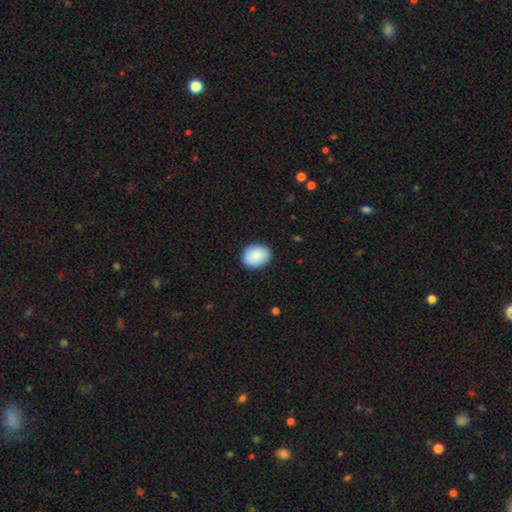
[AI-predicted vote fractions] Smooth or featured?
  - smooth: 90% *
  - star or artifact: 6%
  - featured or disk: 4%
How rounded?
  - in between: 54% *
  - round: 45%
  - cigar-shaped: 1%
Merging?
  - none: 89% *
  - minor disturbance: 8%
  - major disturbance: 2%
  - merger: 1%